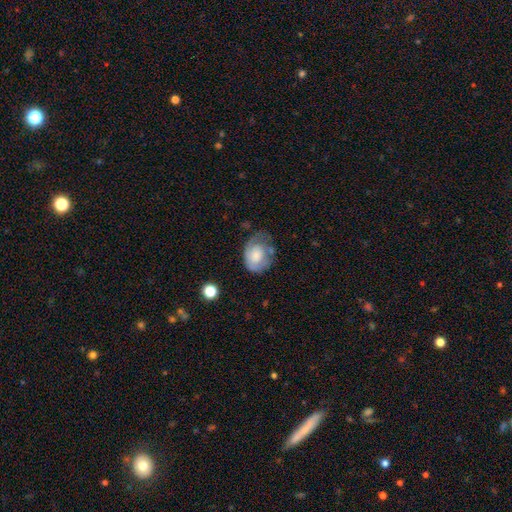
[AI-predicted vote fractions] A smooth galaxy with no disk features (55%) that is in between round and cigar-shaped (54%).

Vote fractions:
- Smooth or featured? smooth: 55% / featured or disk: 38% / star or artifact: 7%
- How rounded? in between: 54% / round: 45% / cigar-shaped: 1%
- Merging? none: 37% / minor disturbance: 34% / major disturbance: 26% / merger: 3%